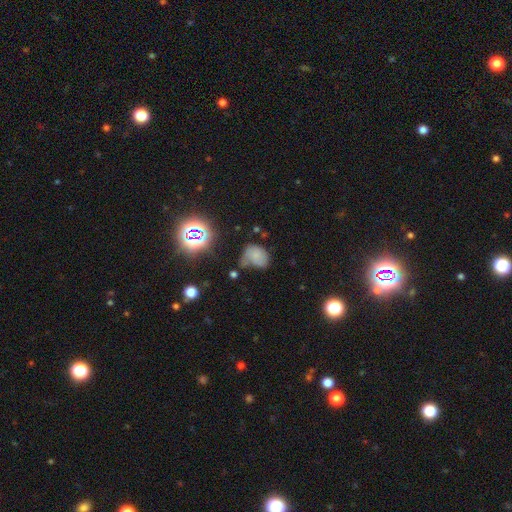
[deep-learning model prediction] This appears to be a smooth galaxy with no disk features (63%) that is in between round and cigar-shaped (65%). Merging: none (35%).